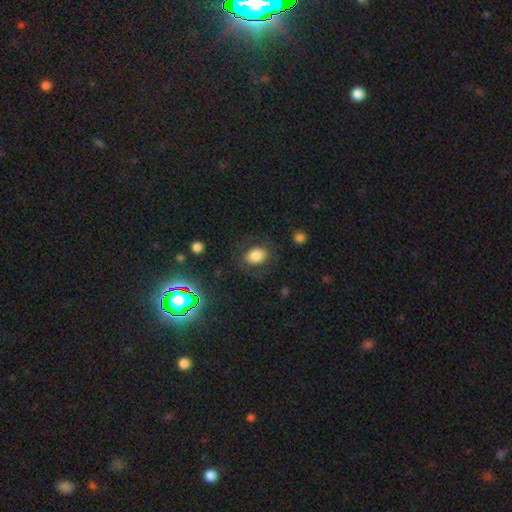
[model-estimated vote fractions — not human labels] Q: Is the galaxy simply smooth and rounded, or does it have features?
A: smooth — 76%.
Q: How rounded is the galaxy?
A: in between — 62%.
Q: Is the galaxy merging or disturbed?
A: none — 76%.